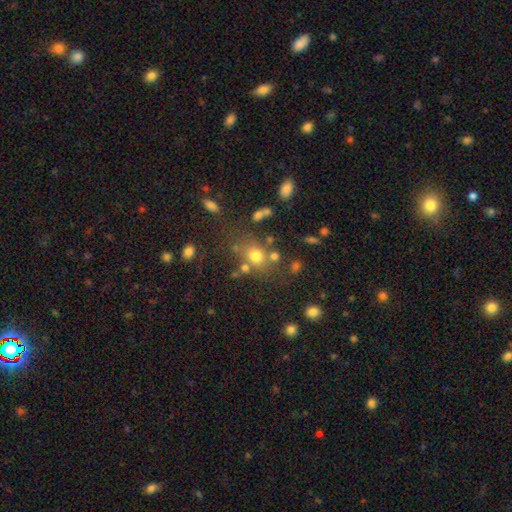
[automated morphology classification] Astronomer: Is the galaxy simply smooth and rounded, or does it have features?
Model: smooth — 69%.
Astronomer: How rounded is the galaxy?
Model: round — 59% (runner-up: in between, 40%).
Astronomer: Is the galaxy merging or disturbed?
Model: none — 63%.